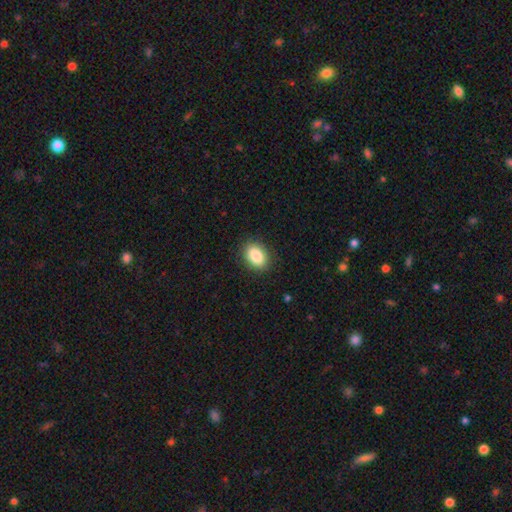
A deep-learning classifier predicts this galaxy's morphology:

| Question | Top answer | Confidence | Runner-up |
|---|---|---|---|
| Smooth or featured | smooth | 87% | star or artifact (8%) |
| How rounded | in between | 81% | round (18%) |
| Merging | none | 88% | minor disturbance (8%) |